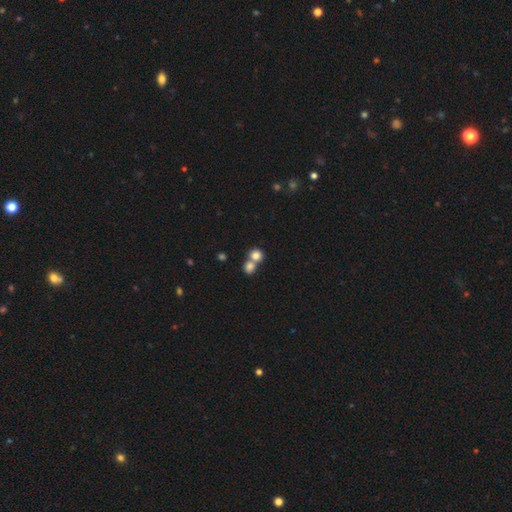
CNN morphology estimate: Smooth or featured? smooth (80%)
How rounded? round (84%)
Merging? merger (53%)